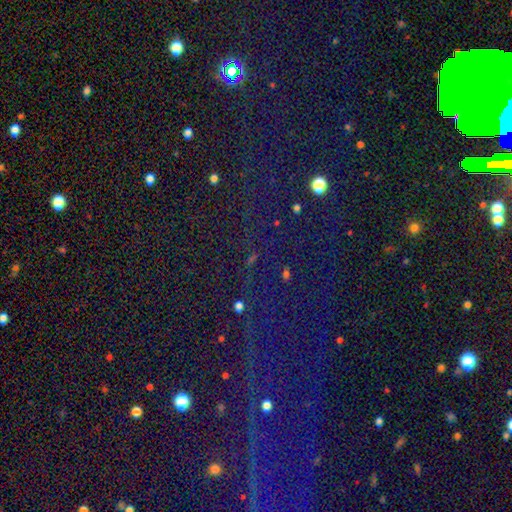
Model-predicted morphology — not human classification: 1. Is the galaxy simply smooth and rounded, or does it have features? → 81% star or artifact, 11% smooth, 8% featured or disk.